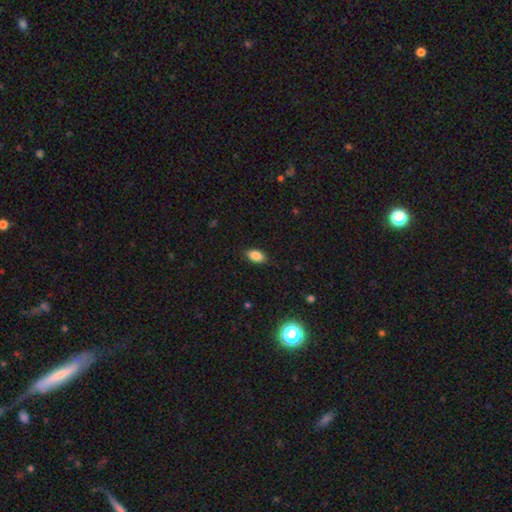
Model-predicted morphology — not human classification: Smooth or featured?
  - smooth: 85% *
  - star or artifact: 9%
  - featured or disk: 6%
How rounded?
  - in between: 91% *
  - round: 6%
  - cigar-shaped: 3%
Merging?
  - none: 86% *
  - minor disturbance: 11%
  - major disturbance: 3%
  - merger: 1%